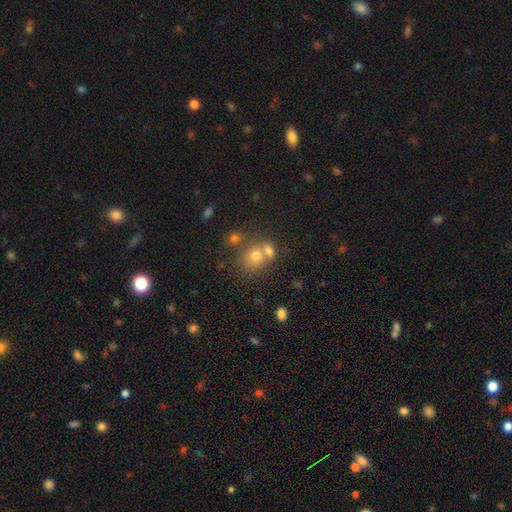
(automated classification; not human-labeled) smooth 69%, star or artifact 16%, featured or disk 15%. Down the decision tree: how rounded — round (69%); merging — merger (43%, tied with none).